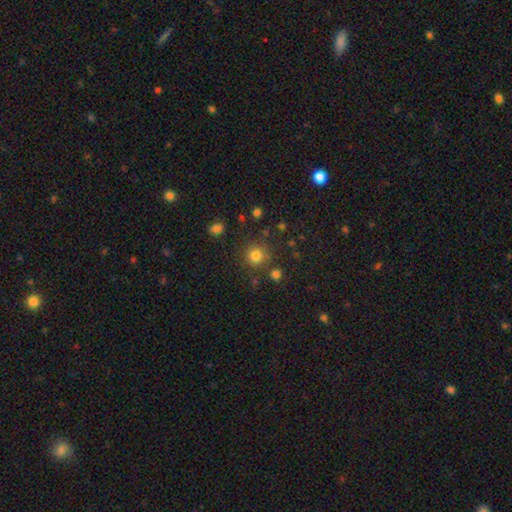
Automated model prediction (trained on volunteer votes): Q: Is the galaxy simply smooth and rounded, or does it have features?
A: smooth — 80%.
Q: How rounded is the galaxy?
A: round — 92%.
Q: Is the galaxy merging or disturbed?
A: none — 80%.